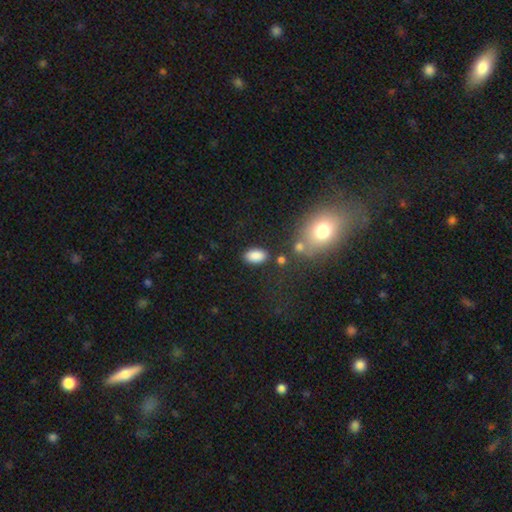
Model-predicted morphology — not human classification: This is clearly a smooth galaxy (87%). How rounded: clearly in between (92%). Merging: clearly none (82%).